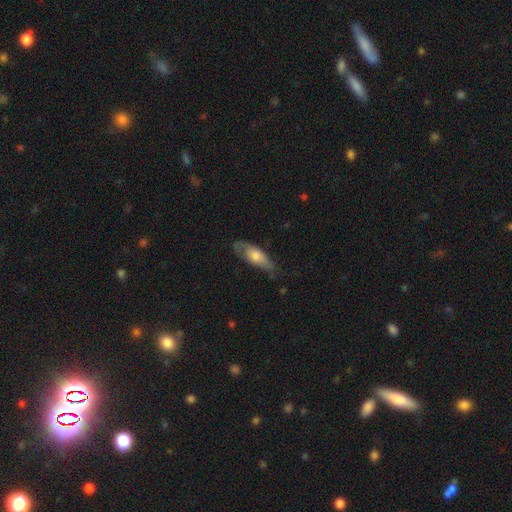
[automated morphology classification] This appears to be a smooth galaxy with no disk features (57%) that is in between round and cigar-shaped (68%). Merging: none (58%).